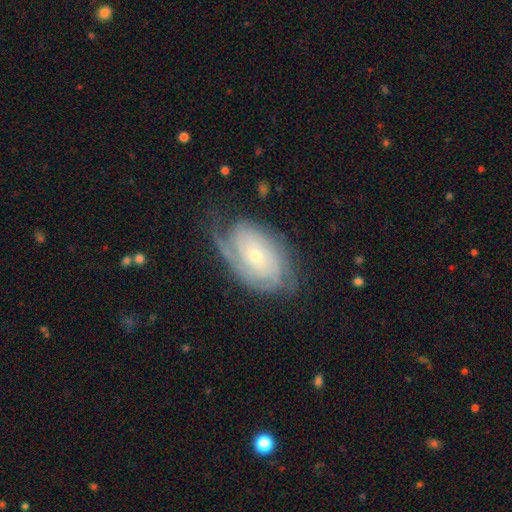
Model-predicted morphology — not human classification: The model was most divided on "spiral arm count": can't tell: 35%, 2: 29%, 3: 16%, 4: 8%, 1: 7%, more than 4: 5%. More confident: edge-on disk — no (95%); spiral arms — yes (95%); smooth or featured — featured or disk (83%); bar — no (73%); spiral winding — tight (71%); bulge size — small (67%); merging — none (66%).